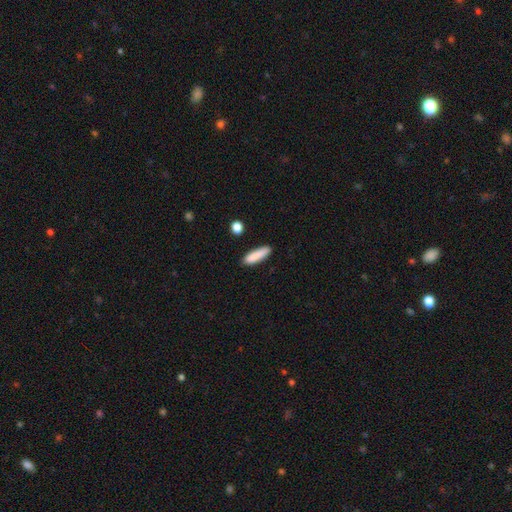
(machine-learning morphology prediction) type=smooth (87%); roundness=cigar-shaped (70%); merging=none (85%).